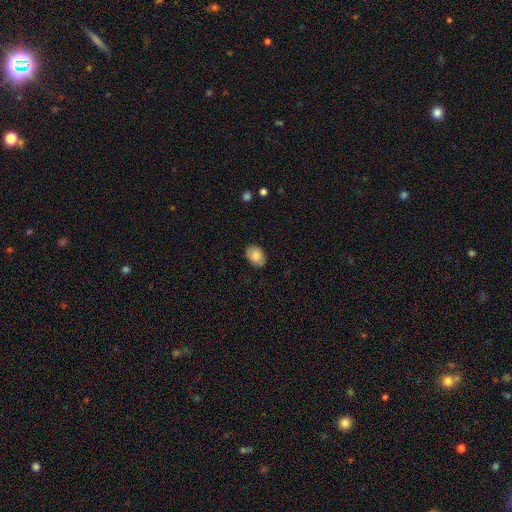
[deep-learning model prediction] Overall: smooth (83%). How rounded: in between (79%). Merging: none (85%).